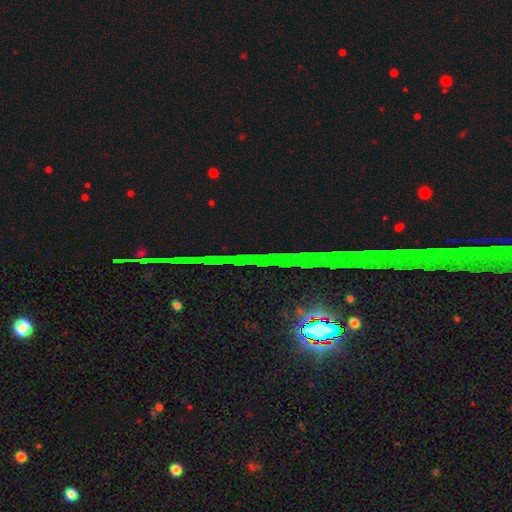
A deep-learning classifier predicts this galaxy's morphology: A star or artifact, not a galaxy (87%).